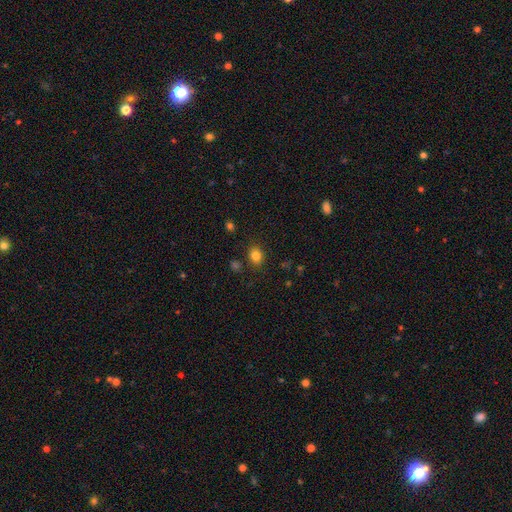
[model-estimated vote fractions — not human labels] Smooth or featured? Predicted: smooth (p=0.82). How rounded? Predicted: round (p=0.56). Merging? Predicted: none (p=0.85).